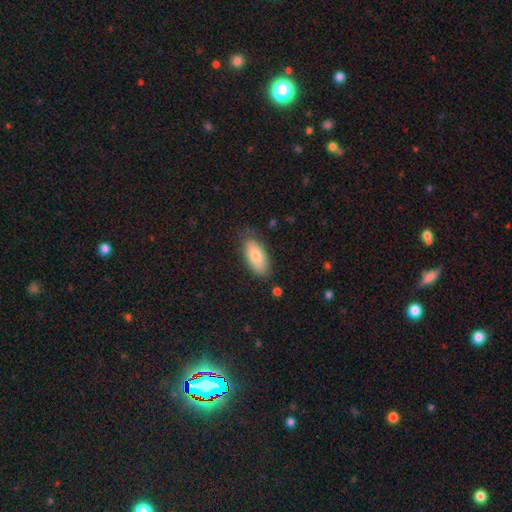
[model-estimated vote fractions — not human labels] Smooth or featured?
  - smooth: 77% *
  - featured or disk: 17%
  - star or artifact: 6%
How rounded?
  - in between: 89% *
  - cigar-shaped: 8%
  - round: 2%
Merging?
  - none: 75% *
  - minor disturbance: 19%
  - major disturbance: 4%
  - merger: 2%